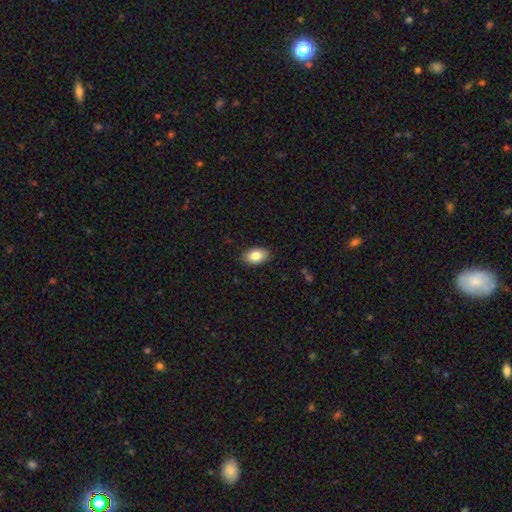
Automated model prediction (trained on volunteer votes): A smooth galaxy with no disk features (85%) that is in between round and cigar-shaped (90%).

Vote fractions:
- Smooth or featured? smooth: 85% / featured or disk: 8% / star or artifact: 7%
- How rounded? in between: 90% / round: 9% / cigar-shaped: 1%
- Merging? none: 88% / minor disturbance: 9% / major disturbance: 2% / merger: 1%